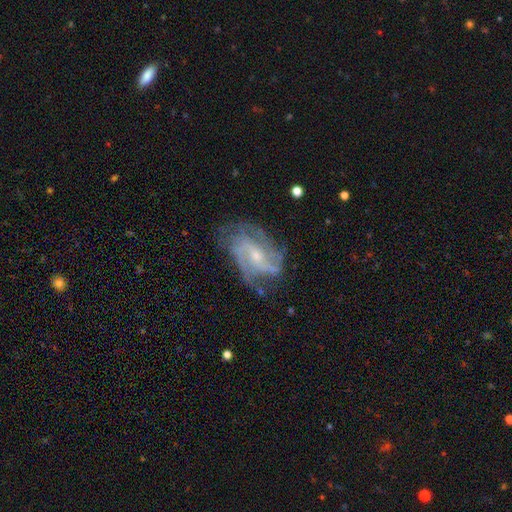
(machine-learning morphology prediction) Q: Smooth or featured?
A: featured or disk (85%); runner-up: smooth (8%)
Q: Edge-on disk?
A: no (96%); runner-up: yes (4%)
Q: Bar?
A: weak (44%); runner-up: no (42%)
Q: Spiral arms?
A: yes (94%); runner-up: no (6%)
Q: Spiral winding?
A: medium (45%); runner-up: tight (33%)
Q: Spiral arm count?
A: 2 (33%); runner-up: 3 (25%)
Q: Bulge size?
A: small (57%); runner-up: moderate (36%)
Q: Merging?
A: none (64%); runner-up: minor disturbance (21%)